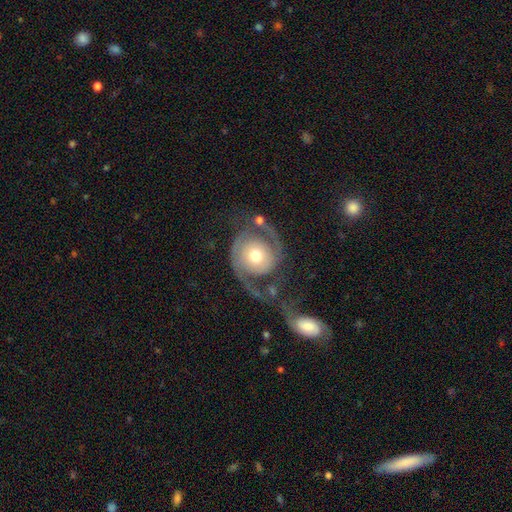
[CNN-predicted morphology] A featured or disk galaxy (81%) with no bar (77%), 2 (82%) medium (39%) spiral arms (92%) and a moderate central bulge (69%). Merging: none (46%).